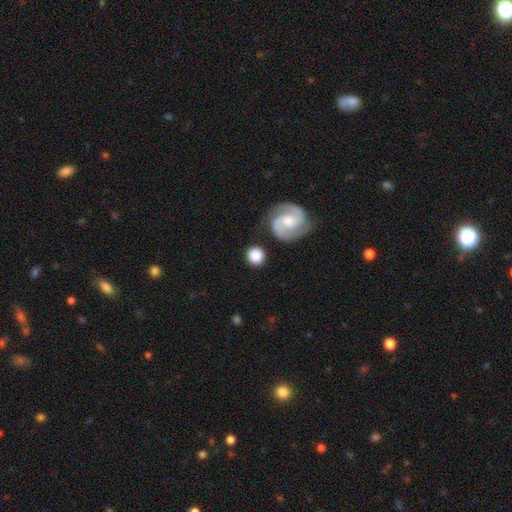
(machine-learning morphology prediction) Smooth or featured?
  - smooth: 78% *
  - featured or disk: 16%
  - star or artifact: 6%
How rounded?
  - round: 88% *
  - in between: 11%
  - cigar-shaped: 1%
Merging?
  - none: 80% *
  - minor disturbance: 11%
  - merger: 6%
  - major disturbance: 4%